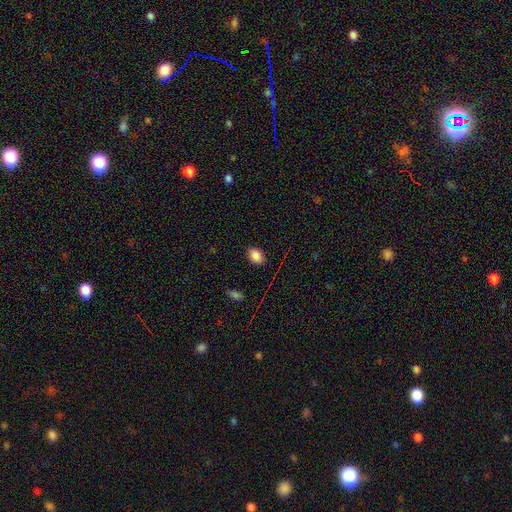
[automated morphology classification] Smooth or featured?
  - smooth: 86% *
  - star or artifact: 9%
  - featured or disk: 5%
How rounded?
  - in between: 77% *
  - round: 22%
  - cigar-shaped: 1%
Merging?
  - none: 87% *
  - minor disturbance: 10%
  - major disturbance: 2%
  - merger: 1%